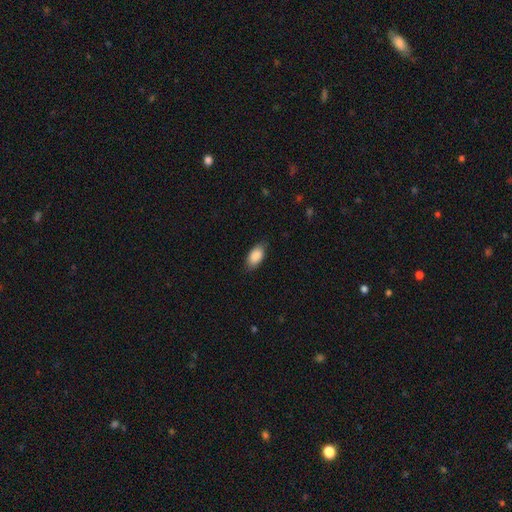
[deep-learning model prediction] This is clearly a smooth galaxy (89%). How rounded: clearly in between (93%). Merging: likely none (80%).